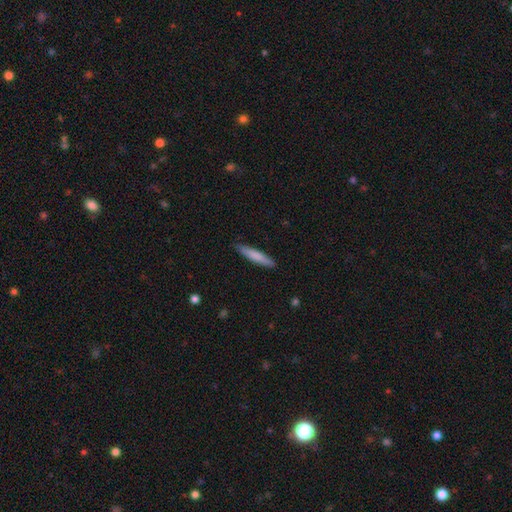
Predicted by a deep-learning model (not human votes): This is likely a smooth galaxy (77%). How rounded: clearly cigar-shaped (90%). Merging: clearly none (87%).